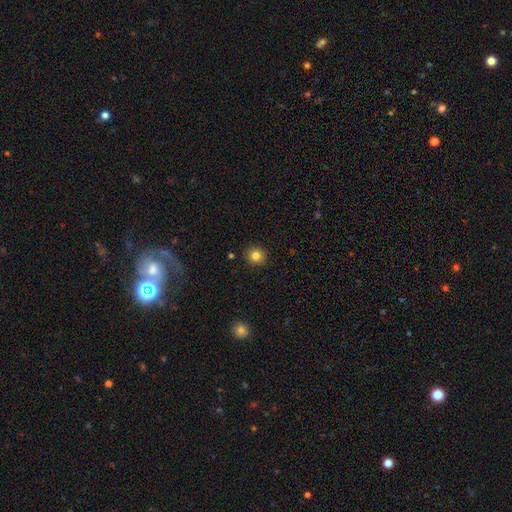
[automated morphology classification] This appears to be a smooth galaxy with no disk features (82%) that is round (90%). Merging: none (92%).